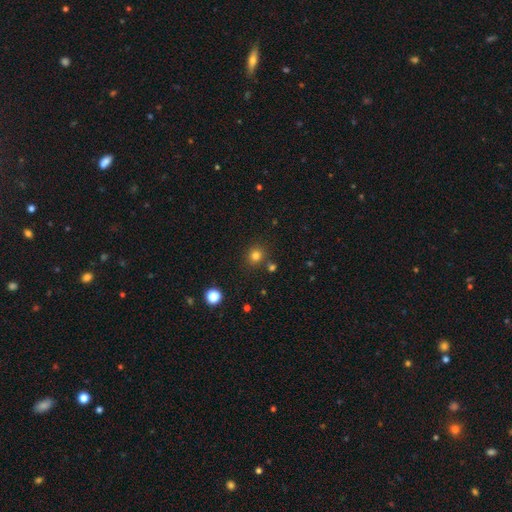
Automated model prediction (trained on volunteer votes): Morphology: type=smooth (79%); roundness=round (85%); merging=none (82%).